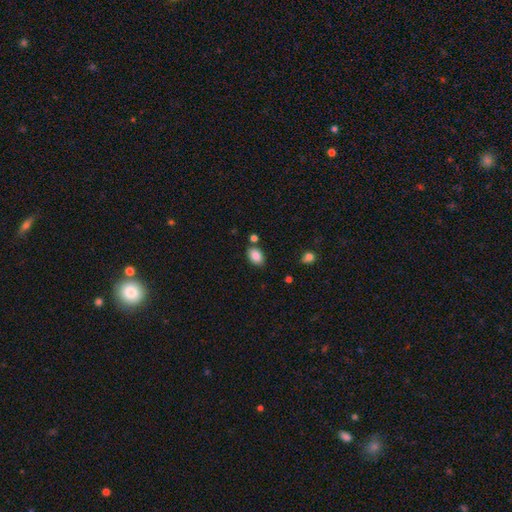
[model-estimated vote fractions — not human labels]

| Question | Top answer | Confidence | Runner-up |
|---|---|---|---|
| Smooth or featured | smooth | 86% | star or artifact (8%) |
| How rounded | in between | 86% | round (13%) |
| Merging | none | 77% | minor disturbance (13%) |